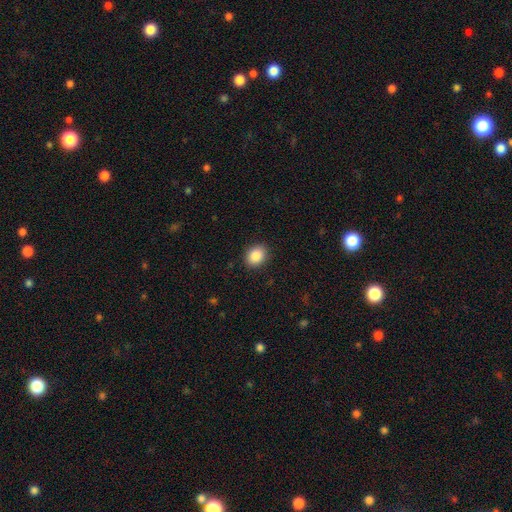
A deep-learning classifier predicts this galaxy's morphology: Smooth or featured? smooth (87%)
How rounded? in between (57%)
Merging? none (89%)